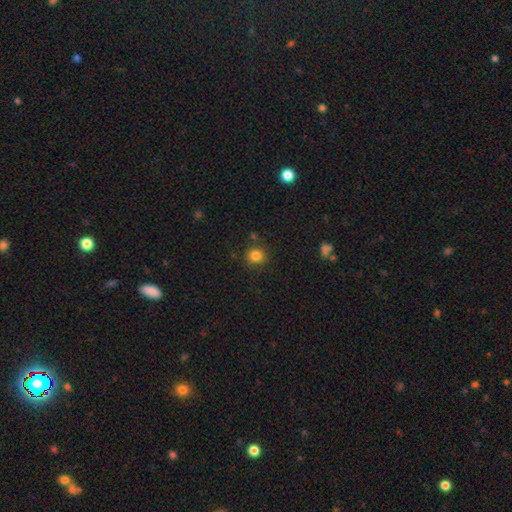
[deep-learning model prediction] This appears to be a smooth galaxy with no disk features (83%) that is round (86%). Merging: none (85%).